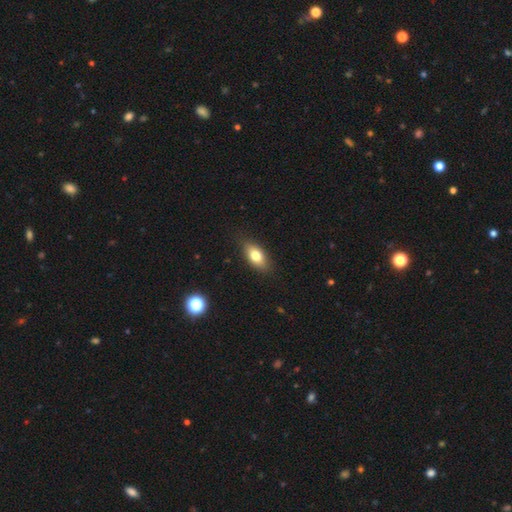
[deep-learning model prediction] Q: Smooth or featured?
A: smooth (75%); runner-up: featured or disk (17%)
Q: How rounded?
A: in between (85%); runner-up: cigar-shaped (9%)
Q: Merging?
A: none (84%); runner-up: minor disturbance (12%)